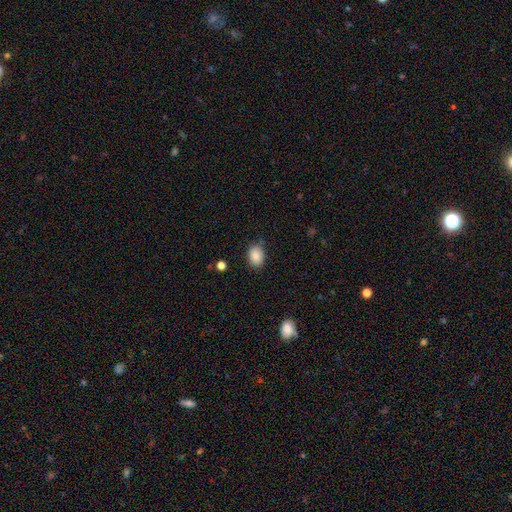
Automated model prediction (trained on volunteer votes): Smooth or featured?
  - smooth: 86% *
  - star or artifact: 8%
  - featured or disk: 6%
How rounded?
  - in between: 73% *
  - round: 26%
  - cigar-shaped: 1%
Merging?
  - none: 75% *
  - minor disturbance: 19%
  - major disturbance: 4%
  - merger: 2%